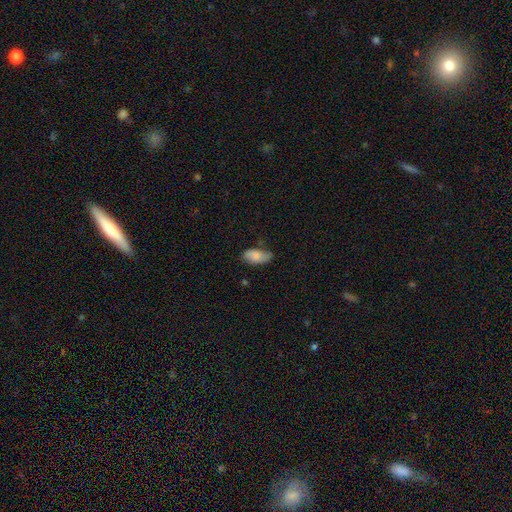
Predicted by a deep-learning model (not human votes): Q: Smooth or featured?
A: smooth (75%); runner-up: featured or disk (18%)
Q: How rounded?
A: in between (93%); runner-up: cigar-shaped (4%)
Q: Merging?
A: none (55%); runner-up: minor disturbance (33%)